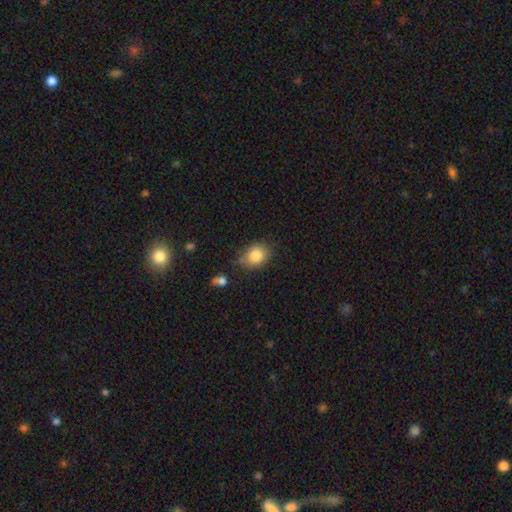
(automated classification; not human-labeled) Q: Smooth or featured?
A: smooth (84%); runner-up: star or artifact (9%)
Q: How rounded?
A: round (50%); runner-up: in between (49%)
Q: Merging?
A: none (69%); runner-up: minor disturbance (21%)